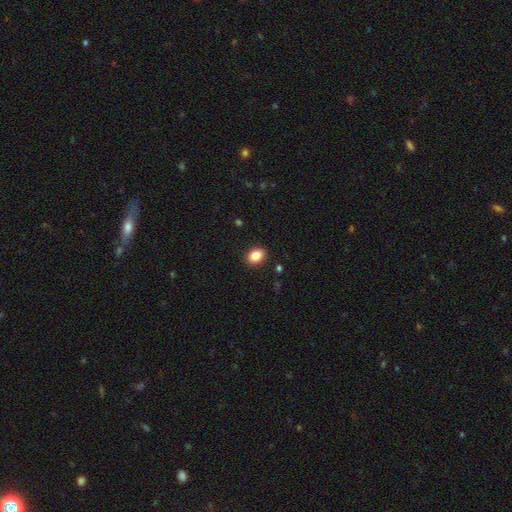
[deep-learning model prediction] A smooth galaxy with no disk features (86%) that is in between round and cigar-shaped (68%). Merging: none (90%).